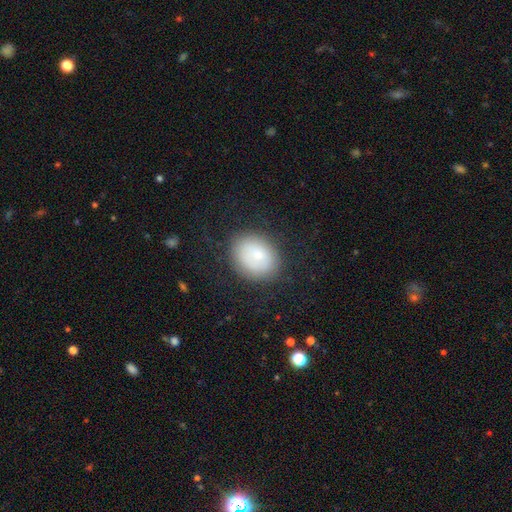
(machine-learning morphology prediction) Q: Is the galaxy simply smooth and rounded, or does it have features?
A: smooth — 74%.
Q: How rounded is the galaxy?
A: in between — 50%.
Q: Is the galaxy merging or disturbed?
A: none — 77%.